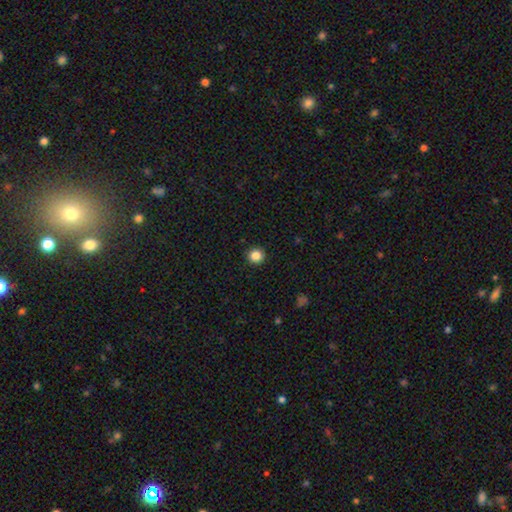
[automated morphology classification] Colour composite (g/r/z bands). It shows a smooth galaxy with no disk features (85%) that is round (94%). Merging: none (93%).